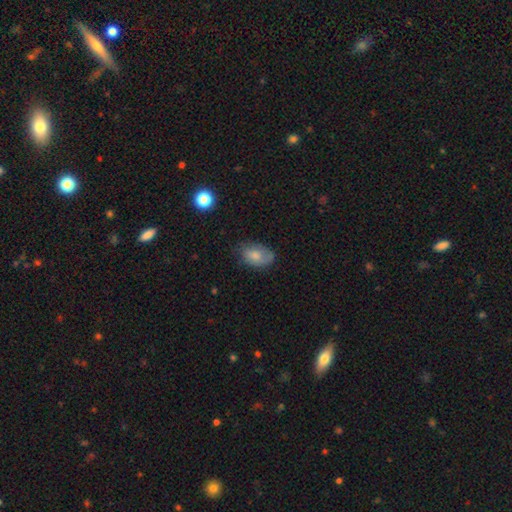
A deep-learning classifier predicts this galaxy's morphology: type=smooth (72%); roundness=in between (87%); merging=none (61%).